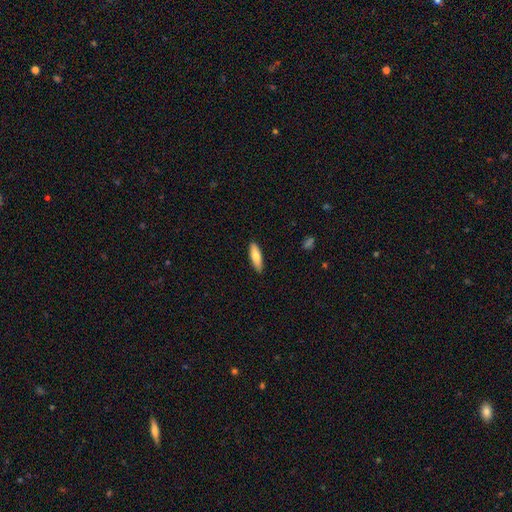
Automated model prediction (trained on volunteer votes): Smooth or featured: smooth — 74% (featured or disk — 20%)
How rounded: cigar-shaped — 53% (in between — 45%)
Merging: none — 89% (minor disturbance — 8%)